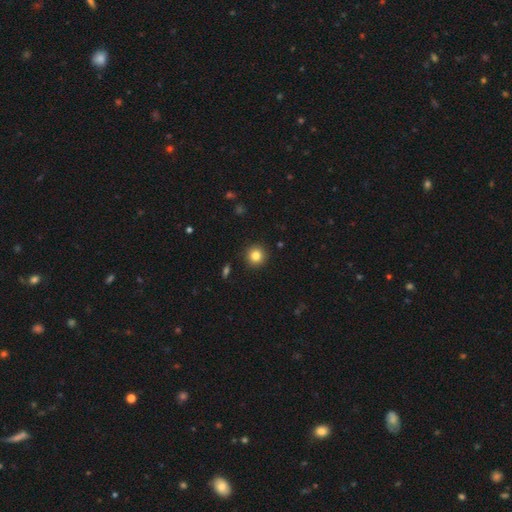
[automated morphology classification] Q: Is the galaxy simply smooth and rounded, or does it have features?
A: smooth — 83%.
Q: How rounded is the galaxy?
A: round — 94%.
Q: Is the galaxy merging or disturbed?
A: none — 92%.